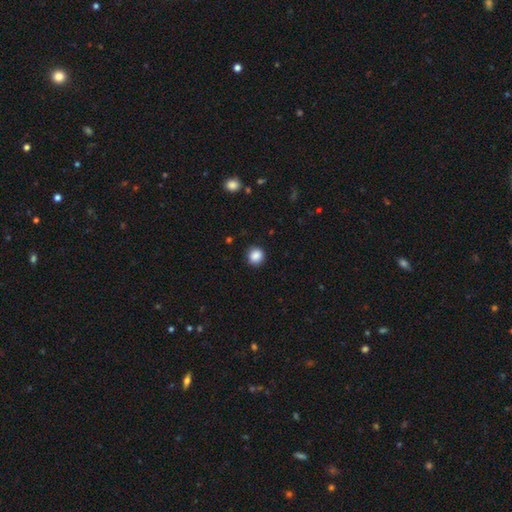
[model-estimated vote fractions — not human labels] Smooth or featured: smooth — 88% (star or artifact — 10%)
How rounded: round — 91% (in between — 8%)
Merging: none — 91% (minor disturbance — 6%)